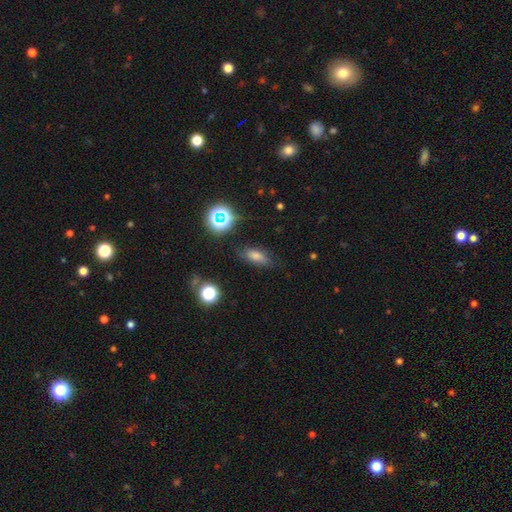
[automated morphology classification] smooth 64%, star or artifact 21%, featured or disk 15%. Down the decision tree: how rounded — in between (70%); merging — none (77%).